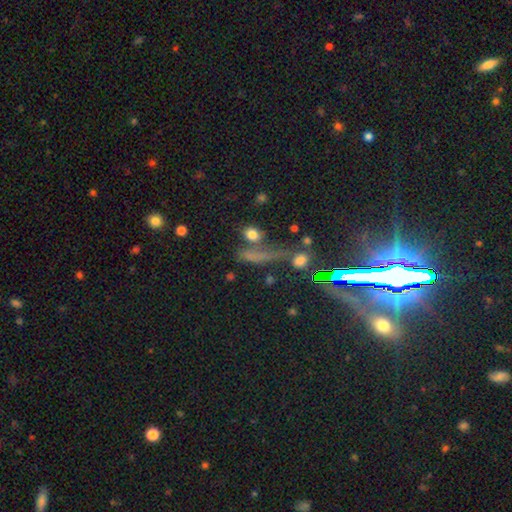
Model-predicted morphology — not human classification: A smooth galaxy with no disk features (46%).

Vote fractions:
- Smooth or featured? smooth: 46% / star or artifact: 38% / featured or disk: 16%
- Merging? none: 54% / merger: 18% / minor disturbance: 15% / major disturbance: 13%